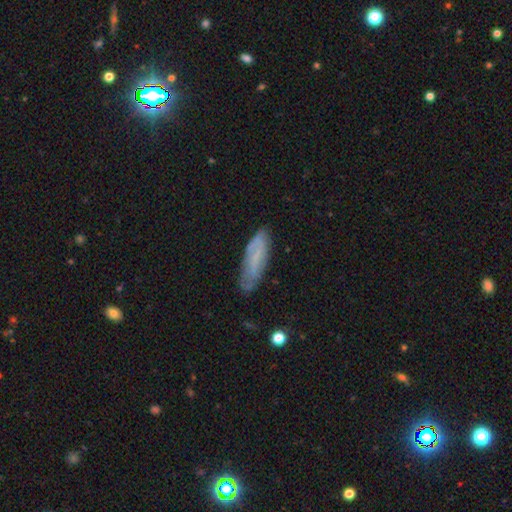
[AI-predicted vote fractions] Smooth or featured?
  - smooth: 54% *
  - featured or disk: 38%
  - star or artifact: 9%
How rounded?
  - cigar-shaped: 57% *
  - in between: 41%
  - round: 2%
Merging?
  - none: 72% *
  - minor disturbance: 21%
  - major disturbance: 5%
  - merger: 2%